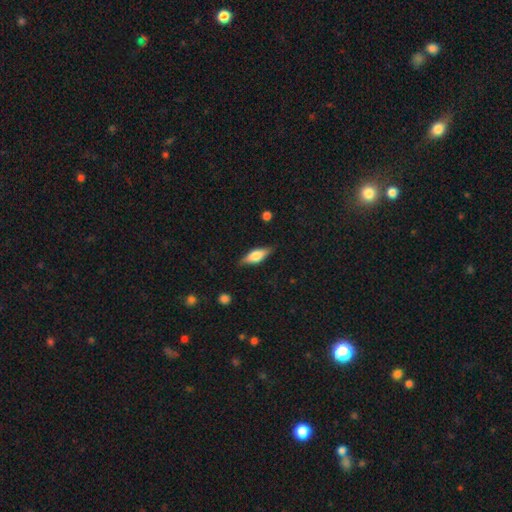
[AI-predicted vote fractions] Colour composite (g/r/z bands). It shows a smooth galaxy with no disk features (57%) that is in between round and cigar-shaped (64%). Merging: none (82%).